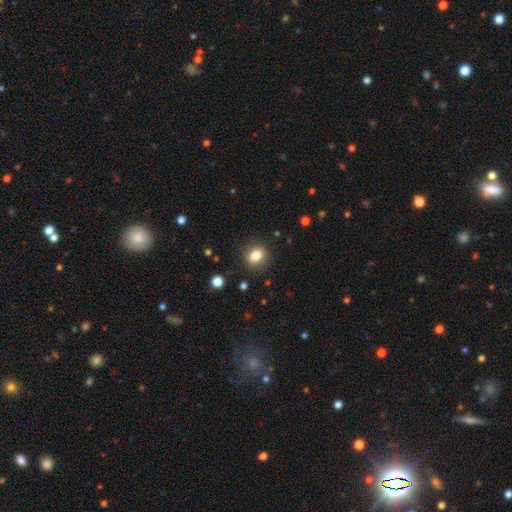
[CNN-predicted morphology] smooth-or-featured: smooth: 82% | star or artifact: 10% | featured or disk: 8%
  how-rounded: round: 55% | in between: 44% | cigar-shaped: 1%
  merging: none: 87% | minor disturbance: 9% | major disturbance: 3% | merger: 1%